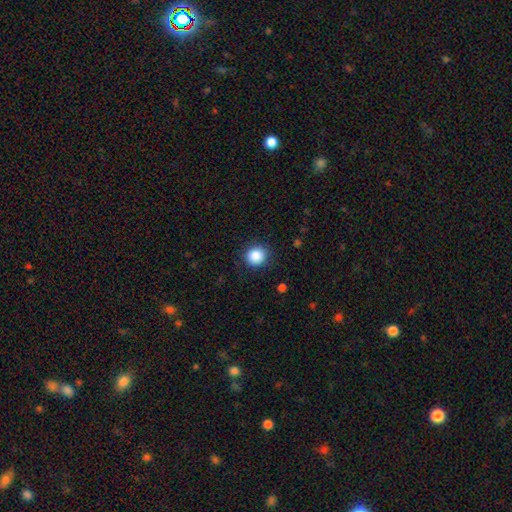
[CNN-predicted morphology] The model was most divided on "smooth or featured": smooth: 87%, star or artifact: 10%, featured or disk: 3%. More confident: how rounded — round (89%); merging — none (88%).